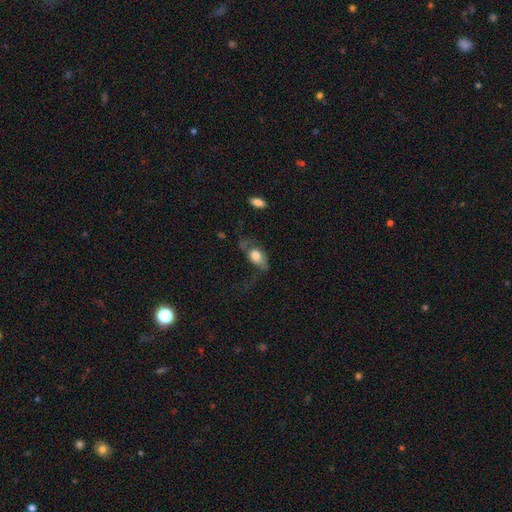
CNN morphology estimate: A smooth galaxy with no disk features (61%) that is in between round and cigar-shaped (80%).

Vote fractions:
- Smooth or featured? smooth: 61% / featured or disk: 31% / star or artifact: 8%
- How rounded? in between: 80% / round: 15% / cigar-shaped: 5%
- Merging? major disturbance: 41% / none: 31% / minor disturbance: 24% / merger: 4%